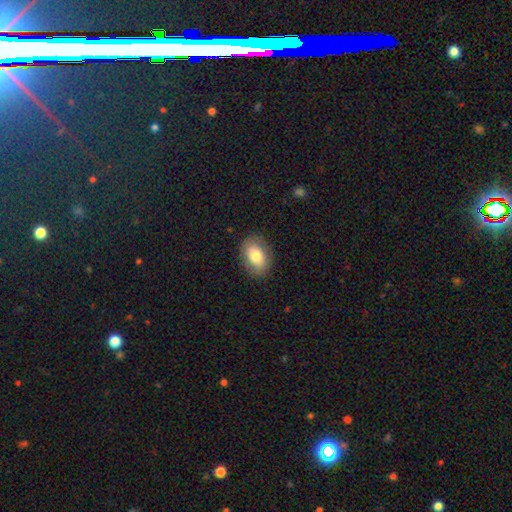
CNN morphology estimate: Smooth or featured: smooth — 77% (featured or disk — 16%)
How rounded: in between — 84% (round — 15%)
Merging: none — 85% (minor disturbance — 11%)